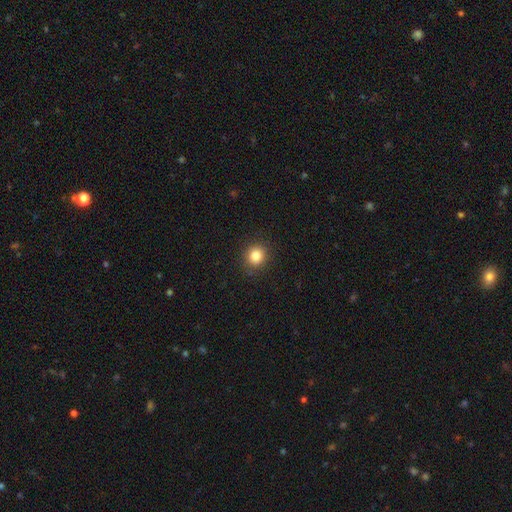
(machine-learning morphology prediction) smooth-or-featured: smooth: 84% | star or artifact: 11% | featured or disk: 5%
  how-rounded: round: 88% | in between: 11% | cigar-shaped: 1%
  merging: none: 90% | minor disturbance: 7% | major disturbance: 2% | merger: 1%